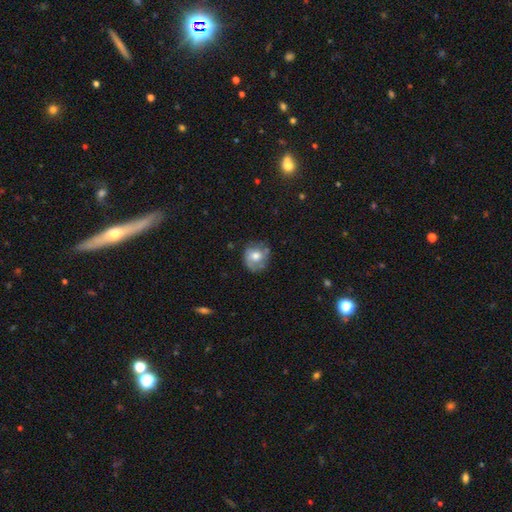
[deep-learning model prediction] smooth_or_featured: smooth (p=0.55) [alt: featured or disk p=0.37]
how_rounded: round (p=0.76) [alt: in between p=0.23]
merging: none (p=0.60) [alt: minor disturbance p=0.26]